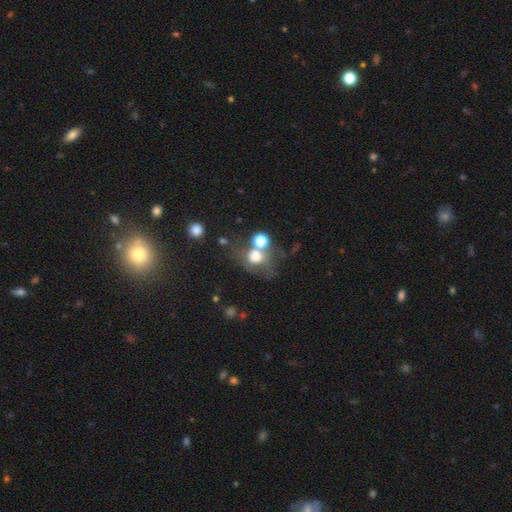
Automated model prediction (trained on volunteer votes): smooth_or_featured: smooth (p=0.63) [alt: featured or disk p=0.20]
how_rounded: round (p=0.61) [alt: in between p=0.38]
merging: none (p=0.38) [alt: merger p=0.34]